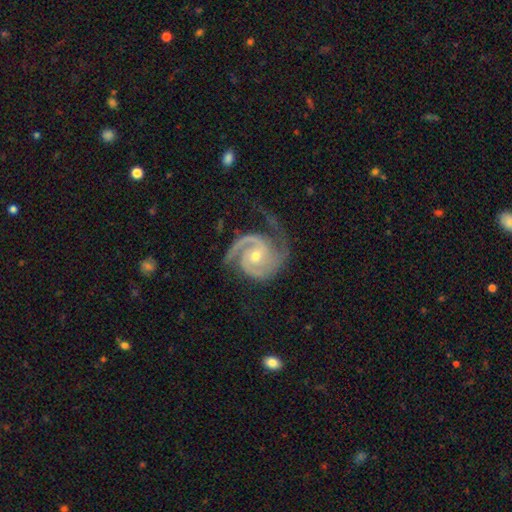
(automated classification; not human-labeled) This is clearly a featured or disk galaxy (93%). It is clearly not viewed edge-on (98%). Bar: likely no (64%). Spiral arm pattern: clearly yes (99%). Spiral arm count: likely 2 (76%). Spiral winding: possibly tight (48%). Central bulge: possibly moderate (51%). Merging: likely none (68%).